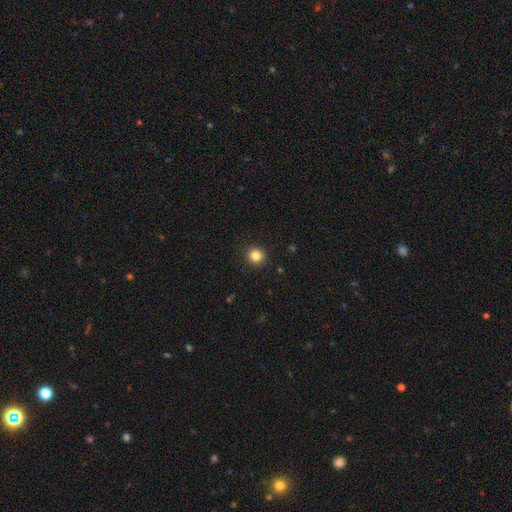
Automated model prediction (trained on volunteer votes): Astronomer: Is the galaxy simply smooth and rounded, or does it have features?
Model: smooth — 84%.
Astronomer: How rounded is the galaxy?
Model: round — 91%.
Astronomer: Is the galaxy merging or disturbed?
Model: none — 92%.